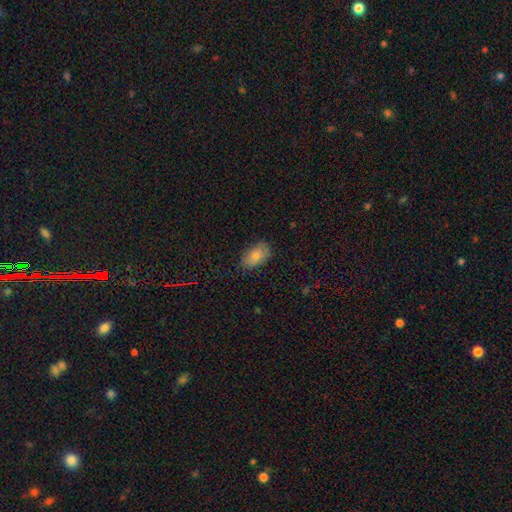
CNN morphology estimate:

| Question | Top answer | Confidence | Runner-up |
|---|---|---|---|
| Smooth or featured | smooth | 77% | featured or disk (13%) |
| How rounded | in between | 91% | round (7%) |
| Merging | none | 81% | minor disturbance (16%) |